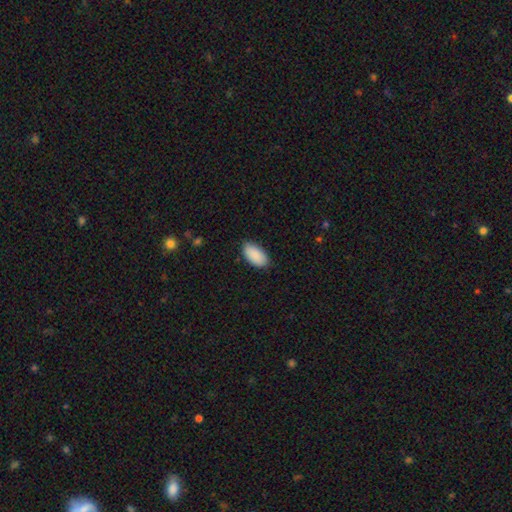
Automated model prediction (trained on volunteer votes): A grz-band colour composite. It shows a smooth galaxy with no disk features (90%) that is in between round and cigar-shaped (95%). Merging: none (84%).